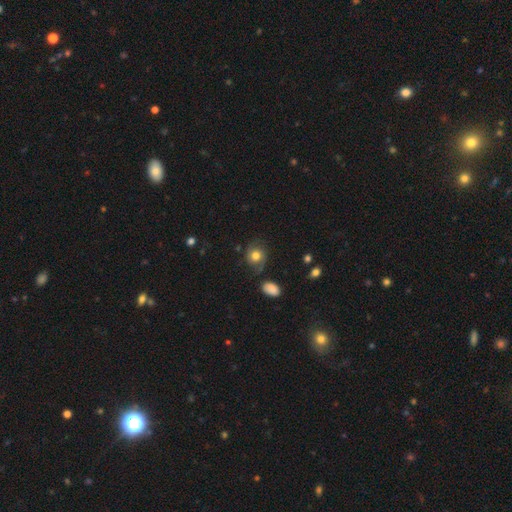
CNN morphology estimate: Smooth or featured? smooth (66%)
How rounded? round (74%)
Merging? none (66%)